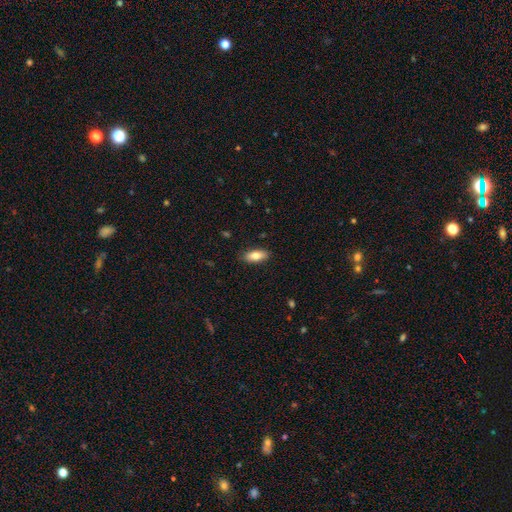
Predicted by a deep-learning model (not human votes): This is clearly a smooth galaxy (80%). How rounded: clearly in between (82%). Merging: clearly none (88%).